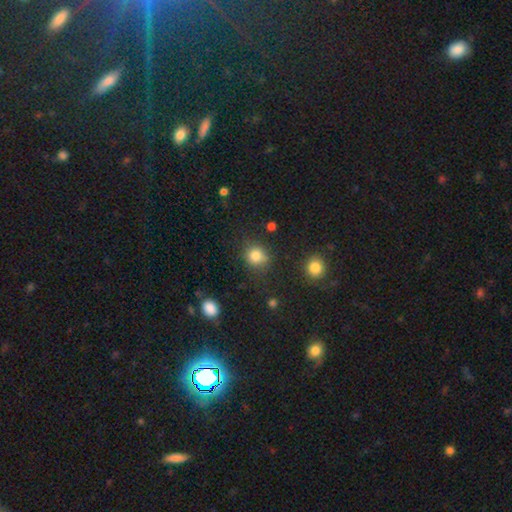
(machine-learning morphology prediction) Smooth or featured?
  - smooth: 81% *
  - star or artifact: 13%
  - featured or disk: 6%
How rounded?
  - round: 78% *
  - in between: 21%
  - cigar-shaped: 1%
Merging?
  - none: 73% *
  - minor disturbance: 17%
  - major disturbance: 6%
  - merger: 4%